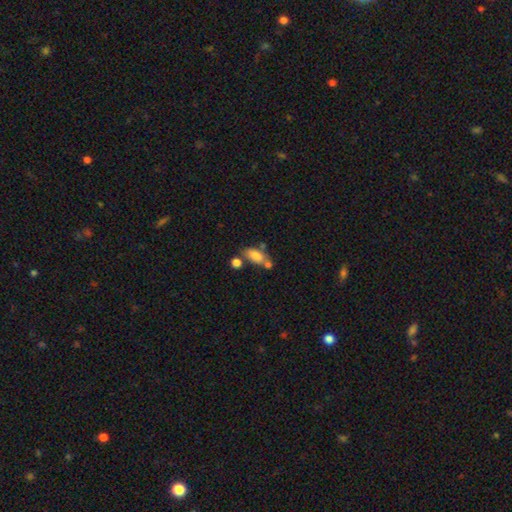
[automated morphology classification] The model was most divided on "merging": none: 53%, merger: 25%, minor disturbance: 16%, major disturbance: 6%. More confident: how rounded — in between (85%); smooth or featured — smooth (79%).